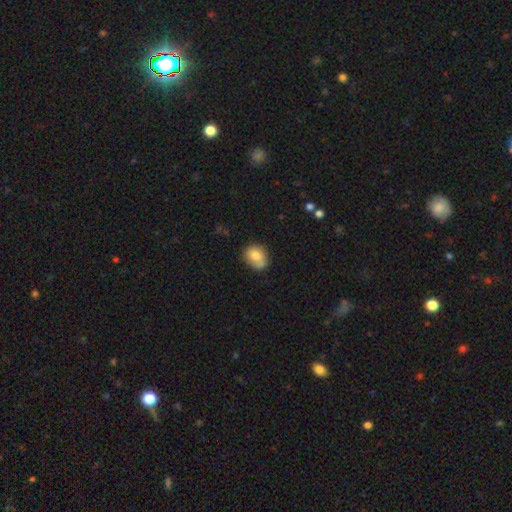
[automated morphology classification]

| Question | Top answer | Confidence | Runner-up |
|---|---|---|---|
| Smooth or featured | smooth | 76% | featured or disk (15%) |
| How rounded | round | 61% | in between (39%) |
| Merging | none | 55% | minor disturbance (22%) |